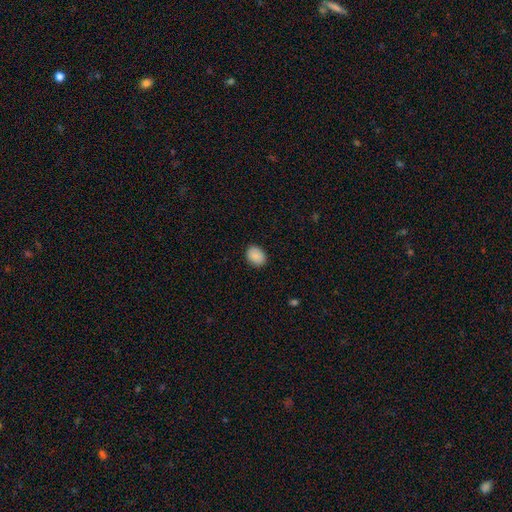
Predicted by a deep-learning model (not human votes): Smooth or featured? Predicted: smooth (p=0.90). How rounded? Predicted: in between (p=0.68). Merging? Predicted: none (p=0.88).